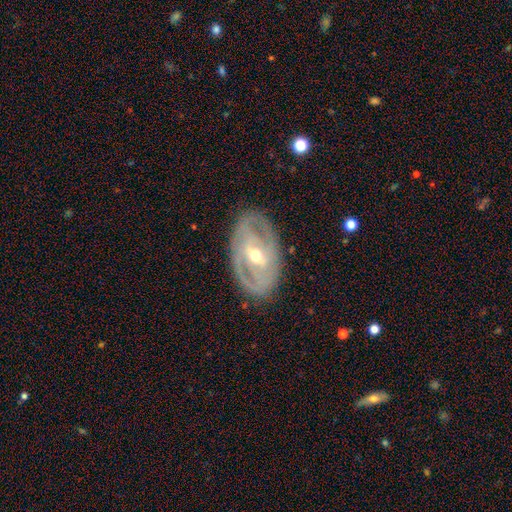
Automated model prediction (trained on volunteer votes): Morphology: type=featured or disk (82%); edge-on=no (93%); bar=weak (41%); spiral arms=yes (77%); winding=tight (58%); arm count=2 (56%); bulge=moderate (58%); merging=none (80%).